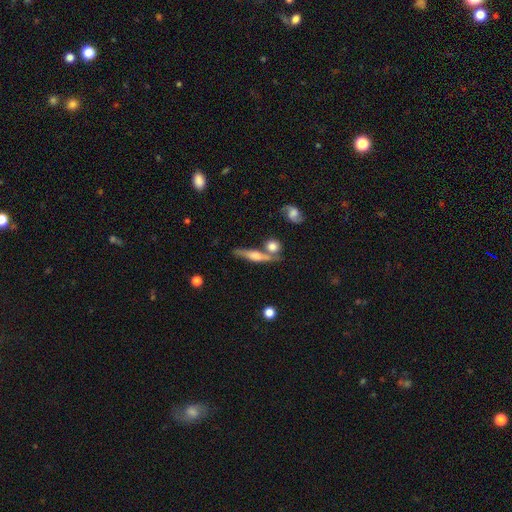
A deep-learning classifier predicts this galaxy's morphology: A featured or disk galaxy (54%) viewed edge-on (88%). Merging: none (62%).